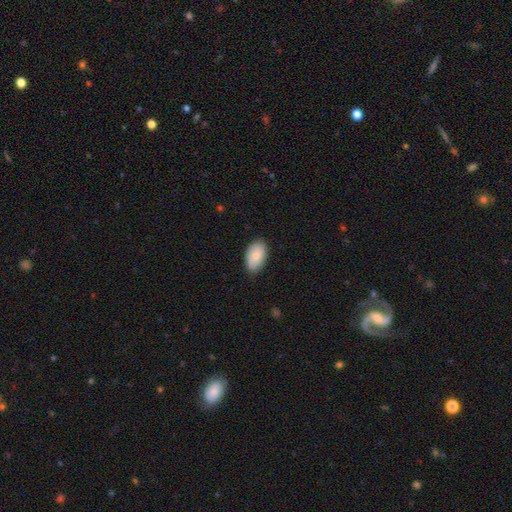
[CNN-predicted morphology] A smooth galaxy with no disk features (82%) that is in between round and cigar-shaped (93%).

Vote fractions:
- Smooth or featured? smooth: 82% / featured or disk: 12% / star or artifact: 6%
- How rounded? in between: 93% / round: 5% / cigar-shaped: 1%
- Merging? none: 82% / minor disturbance: 15% / major disturbance: 2% / merger: 1%